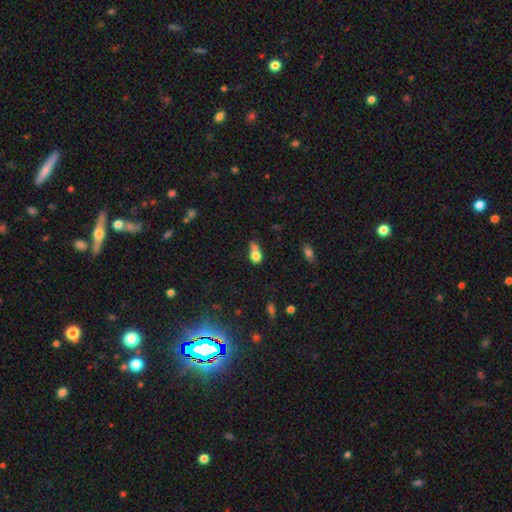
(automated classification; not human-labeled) This is likely a smooth galaxy (72%). How rounded: likely in between (60%). Merging: marginally minor disturbance (29%).